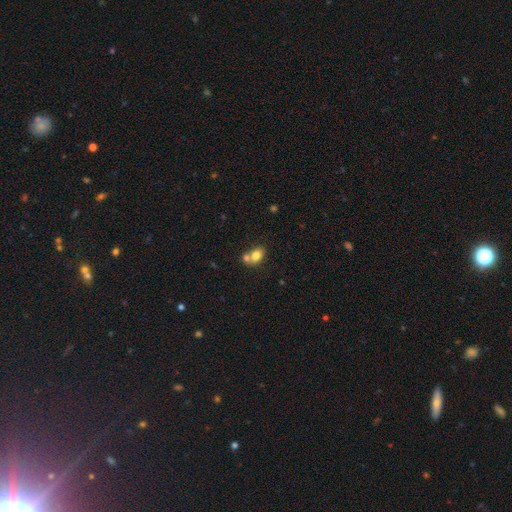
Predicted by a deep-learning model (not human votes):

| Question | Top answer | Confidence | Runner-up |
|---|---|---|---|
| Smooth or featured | smooth | 76% | featured or disk (14%) |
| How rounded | in between | 67% | round (31%) |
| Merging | merger | 51% | none (36%) |